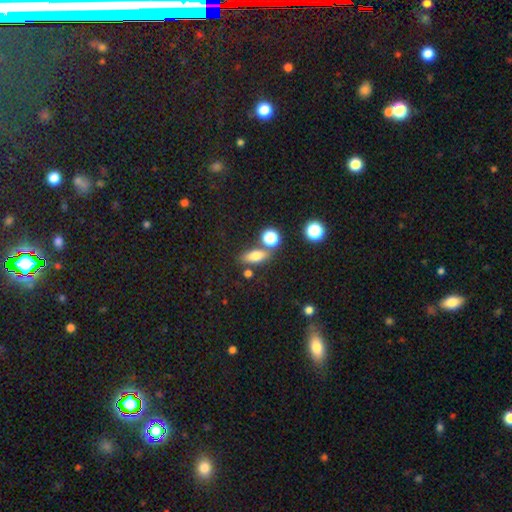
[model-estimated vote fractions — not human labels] smooth_or_featured: smooth (p=0.74) [alt: featured or disk p=0.14]
how_rounded: in between (p=0.64) [alt: cigar-shaped p=0.20]
merging: none (p=0.68) [alt: merger p=0.17]